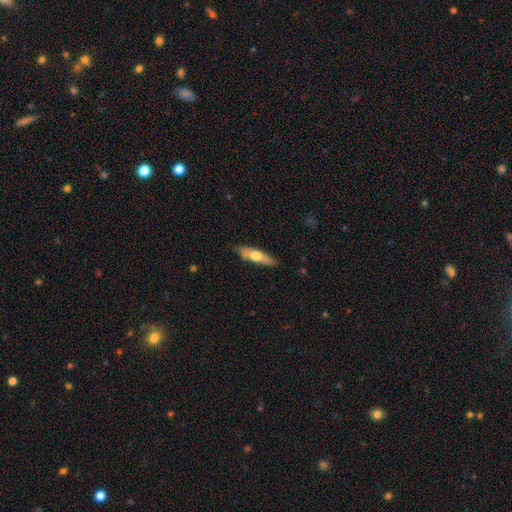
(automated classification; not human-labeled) A smooth galaxy with no disk features (56%) that is cigar-shaped (68%).

Vote fractions:
- Smooth or featured? smooth: 56% / featured or disk: 38% / star or artifact: 5%
- How rounded? cigar-shaped: 68% / in between: 30% / round: 2%
- Merging? none: 79% / minor disturbance: 16% / major disturbance: 3% / merger: 2%